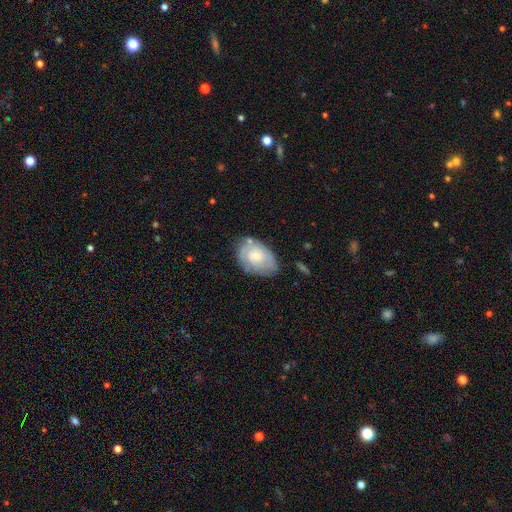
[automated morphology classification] This is possibly a featured or disk galaxy (58%). It is clearly not viewed edge-on (96%). Bar: likely no (74%). Spiral arm pattern: likely yes (79%). Central bulge: possibly small (51%). Merging: likely none (67%).